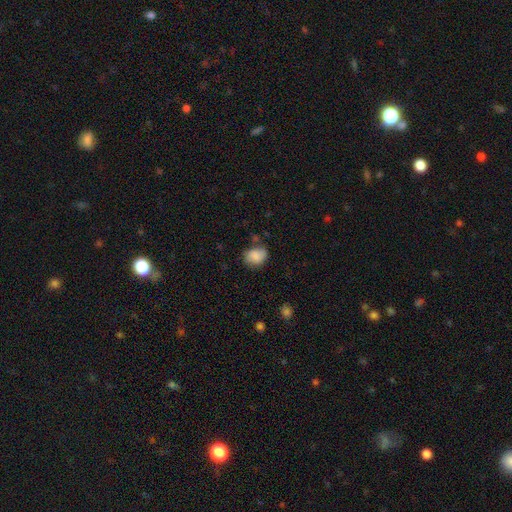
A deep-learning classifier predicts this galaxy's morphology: smooth_or_featured: smooth (p=0.79) [alt: featured or disk p=0.13]
how_rounded: round (p=0.52) [alt: in between p=0.47]
merging: none (p=0.66) [alt: minor disturbance p=0.24]